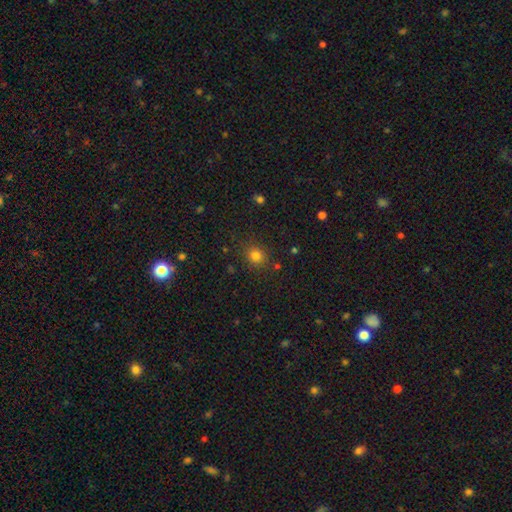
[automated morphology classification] This appears to be a smooth galaxy with no disk features (79%) that is round (83%). Merging: none (86%).